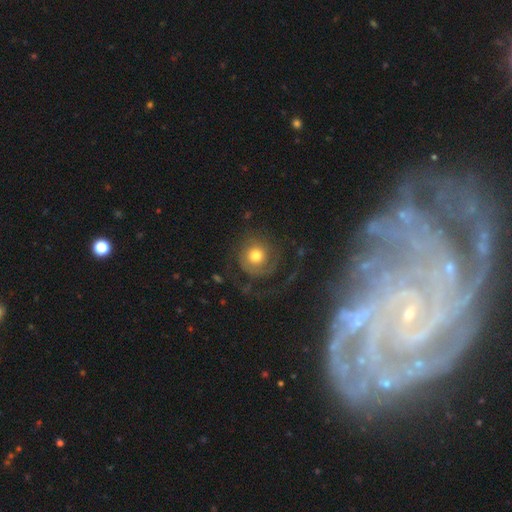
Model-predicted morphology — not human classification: A featured or disk galaxy (46%). Merging: none (58%).